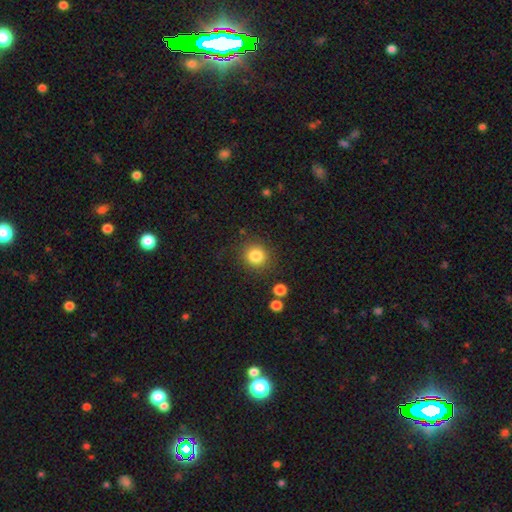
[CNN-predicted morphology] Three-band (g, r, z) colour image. It shows a smooth galaxy with no disk features (83%) that is round (88%). Merging: none (85%).